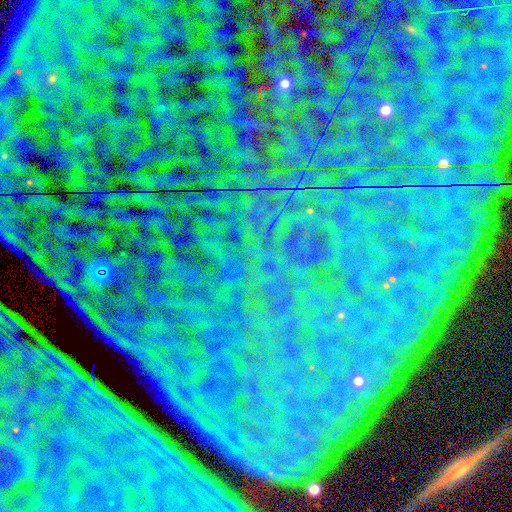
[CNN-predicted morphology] The model was most divided on "smooth or featured": star or artifact: 87%, featured or disk: 7%, smooth: 6%.